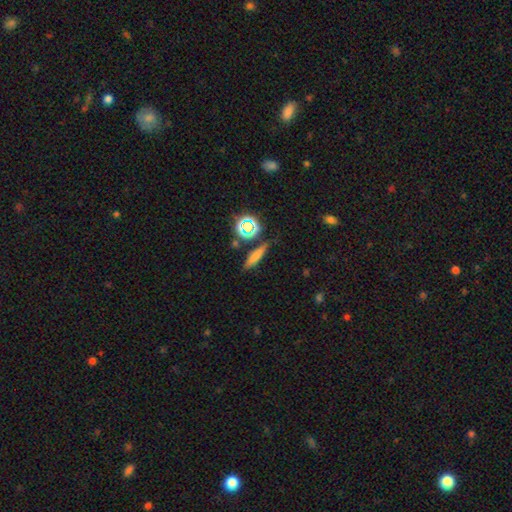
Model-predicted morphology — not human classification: Overall: smooth (65%). How rounded: cigar-shaped (73%). Merging: none (79%).